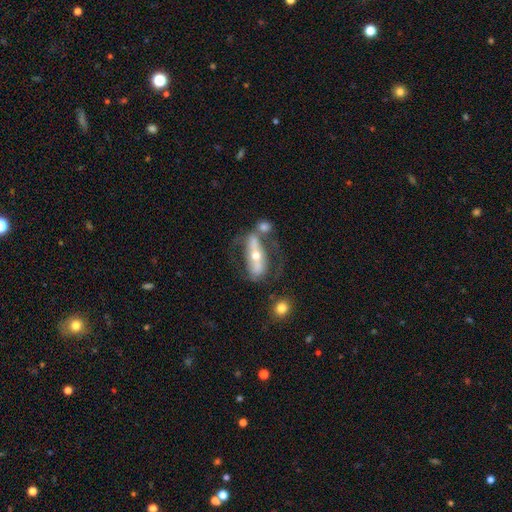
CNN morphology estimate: Smooth or featured? featured or disk (71%)
Edge-on disk? no (72%)
Bar? strong (52%)
Spiral arms? yes (52%)
Bulge size? moderate (61%)
Merging? none (38%)